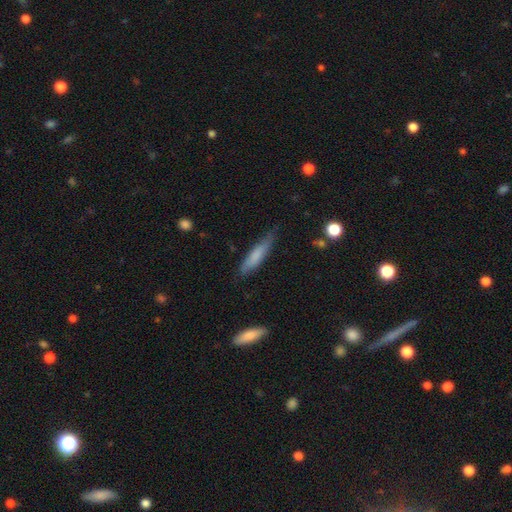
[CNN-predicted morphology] smooth 73%, featured or disk 21%, star or artifact 6%. Down the decision tree: how rounded — cigar-shaped (81%); merging — none (69%).